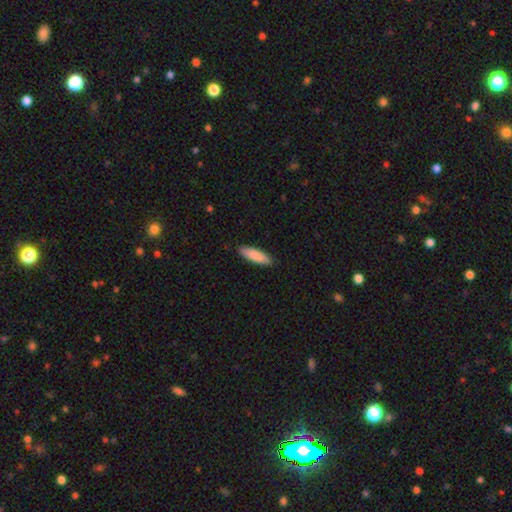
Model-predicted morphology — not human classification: This is clearly a smooth galaxy (87%). How rounded: possibly cigar-shaped (55%). Merging: clearly none (89%).